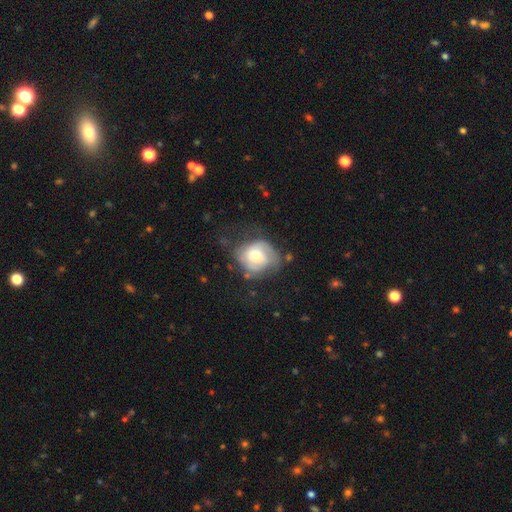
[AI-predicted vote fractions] Q: Smooth or featured?
A: featured or disk (51%); runner-up: smooth (42%)
Q: Edge-on disk?
A: no (96%); runner-up: yes (4%)
Q: Merging?
A: none (46%); runner-up: minor disturbance (29%)